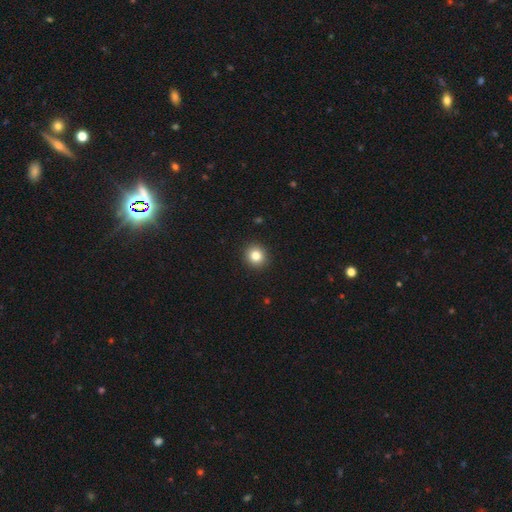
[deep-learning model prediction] This appears to be a smooth galaxy with no disk features (82%) that is round (89%). Merging: none (93%).